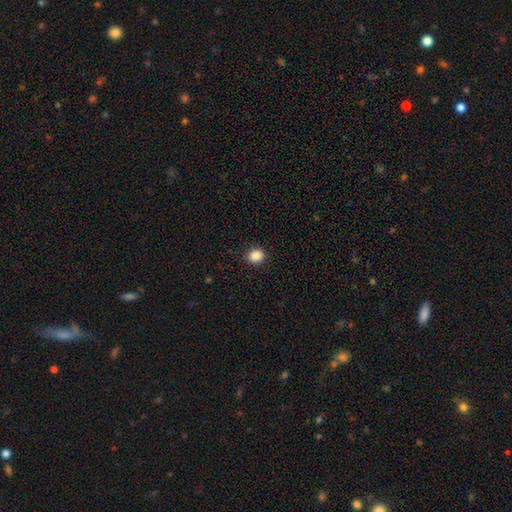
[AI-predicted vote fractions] Smooth or featured? smooth (88%)
How rounded? round (71%)
Merging? none (91%)